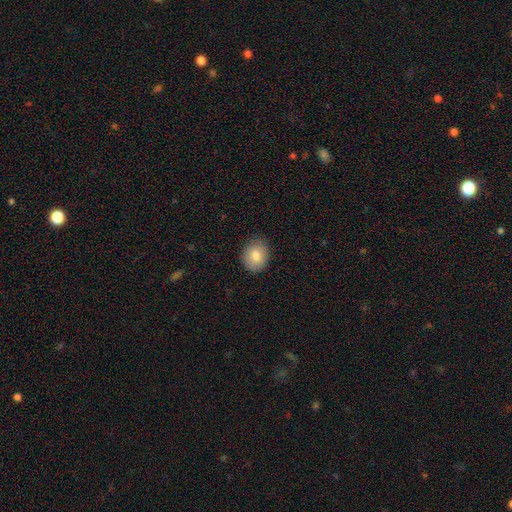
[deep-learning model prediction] Smooth or featured? Predicted: smooth (p=0.80). How rounded? Predicted: round (p=0.61). Merging? Predicted: none (p=0.85).